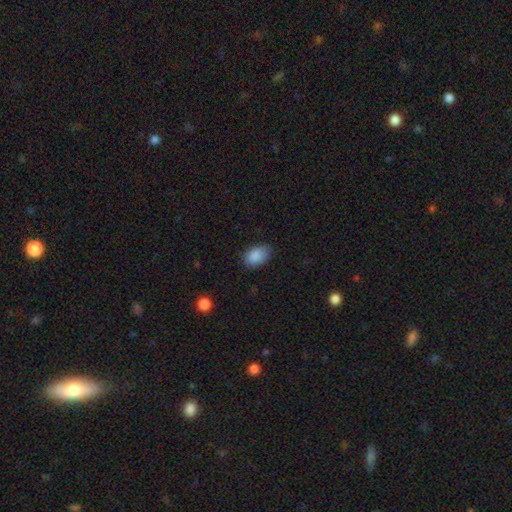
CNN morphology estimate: This is clearly a smooth galaxy (88%). How rounded: clearly in between (86%). Merging: likely none (78%).